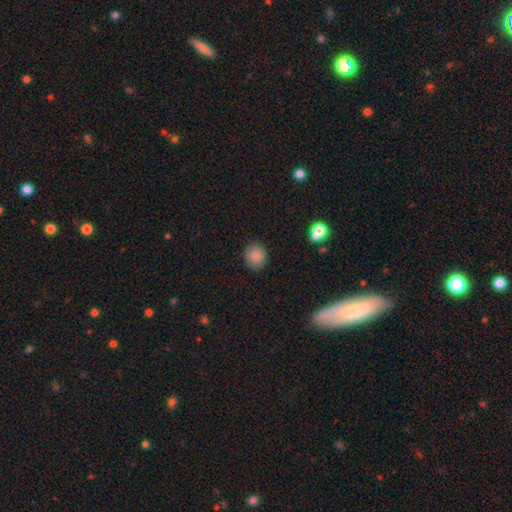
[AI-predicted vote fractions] Smooth or featured? smooth (85%)
How rounded? round (81%)
Merging? none (87%)